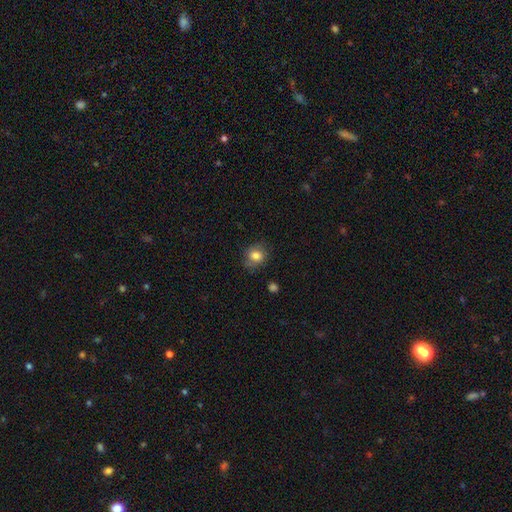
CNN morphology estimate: Smooth or featured? smooth (81%)
How rounded? round (72%)
Merging? none (77%)